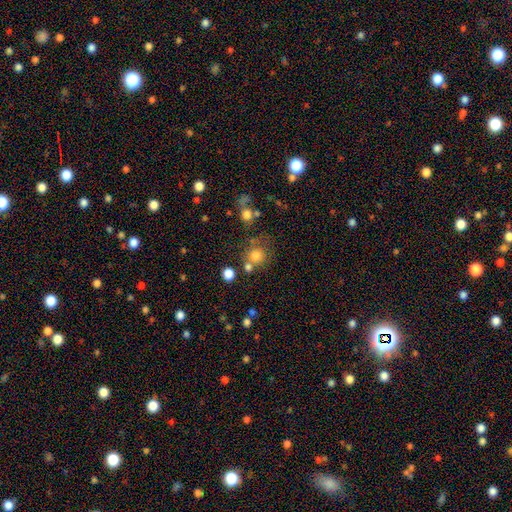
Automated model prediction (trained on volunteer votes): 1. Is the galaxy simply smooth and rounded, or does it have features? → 76% smooth, 14% star or artifact, 10% featured or disk.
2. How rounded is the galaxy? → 87% round, 12% in between, 1% cigar-shaped.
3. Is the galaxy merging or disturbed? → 58% none, 23% merger, 12% minor disturbance, 7% major disturbance.